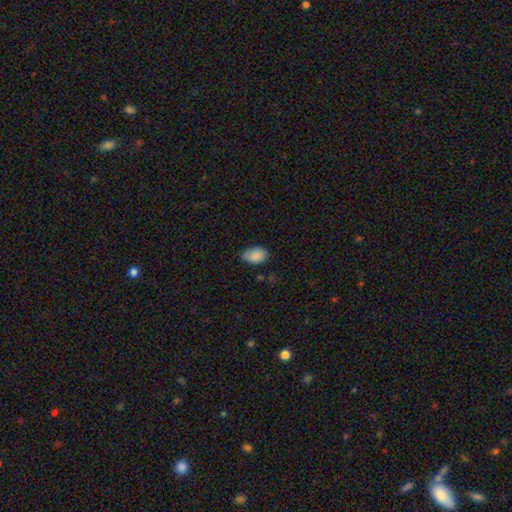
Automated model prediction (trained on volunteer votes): Smooth or featured: smooth — 86% (star or artifact — 8%)
How rounded: in between — 85% (round — 13%)
Merging: none — 62% (minor disturbance — 31%)